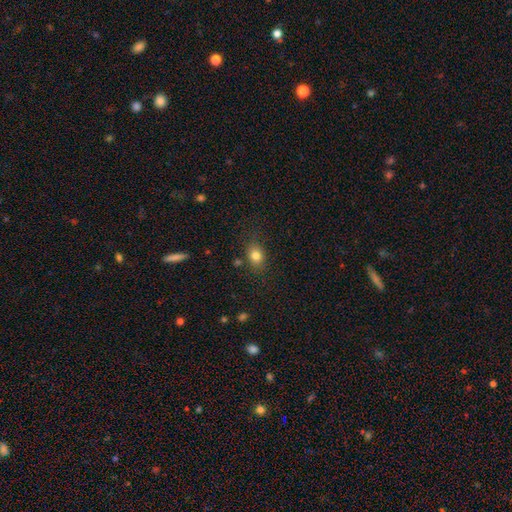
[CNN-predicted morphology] A smooth galaxy with no disk features (80%) that is in between round and cigar-shaped (59%). Merging: none (78%).